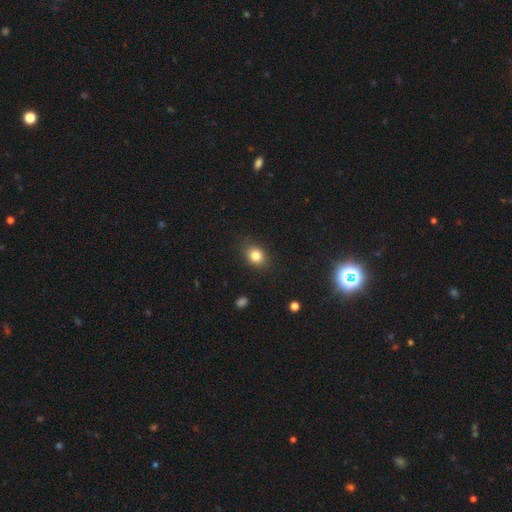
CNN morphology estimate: A smooth galaxy with no disk features (82%) that is round (52%).

Vote fractions:
- Smooth or featured? smooth: 82% / star or artifact: 11% / featured or disk: 7%
- How rounded? round: 52% / in between: 47% / cigar-shaped: 1%
- Merging? none: 84% / minor disturbance: 12% / major disturbance: 3% / merger: 1%